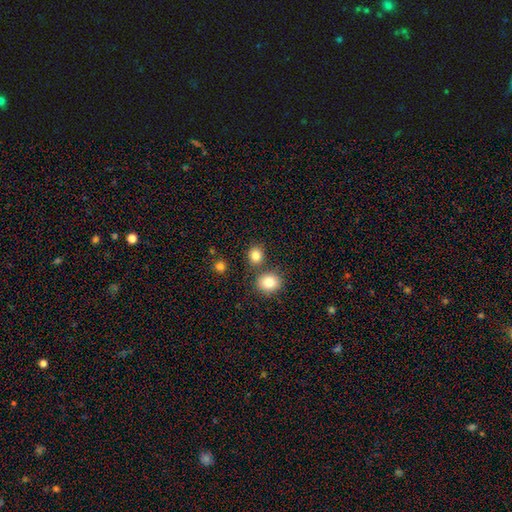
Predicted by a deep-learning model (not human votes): The model was most divided on "how rounded": round: 78%, in between: 21%, cigar-shaped: 1%. More confident: smooth or featured — smooth (83%); merging — none (75%).